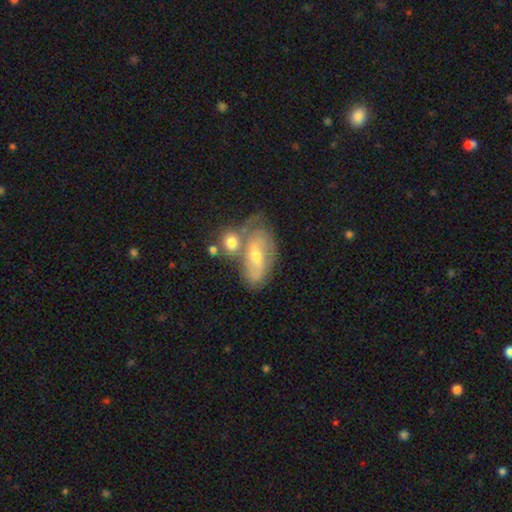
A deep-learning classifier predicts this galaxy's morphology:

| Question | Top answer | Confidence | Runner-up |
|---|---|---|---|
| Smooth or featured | featured or disk | 58% | smooth (34%) |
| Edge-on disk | no | 89% | yes (11%) |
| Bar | weak | 43% | no (38%) |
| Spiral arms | yes | 75% | no (25%) |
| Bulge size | moderate | 49% | small (45%) |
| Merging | none | 40% | merger (34%) |